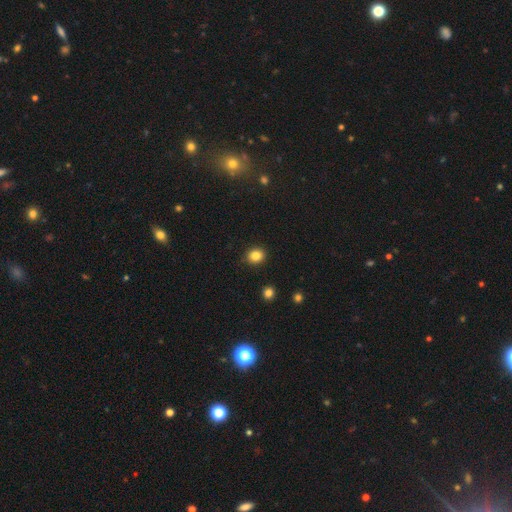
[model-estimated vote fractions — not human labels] Q: Smooth or featured?
A: smooth (85%); runner-up: star or artifact (11%)
Q: How rounded?
A: round (75%); runner-up: in between (24%)
Q: Merging?
A: none (89%); runner-up: minor disturbance (8%)